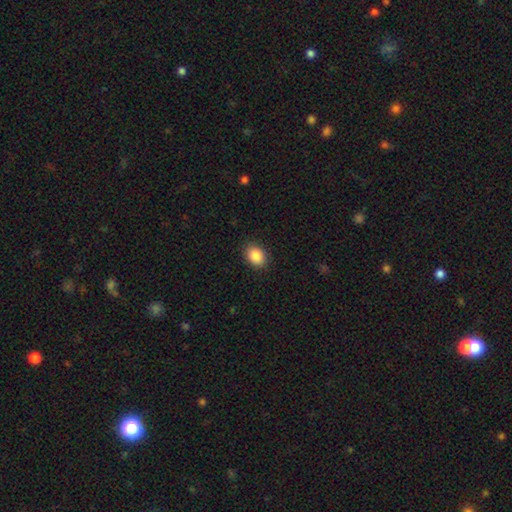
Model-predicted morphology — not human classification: A smooth galaxy with no disk features (88%) that is in between round and cigar-shaped (66%). Merging: none (88%).